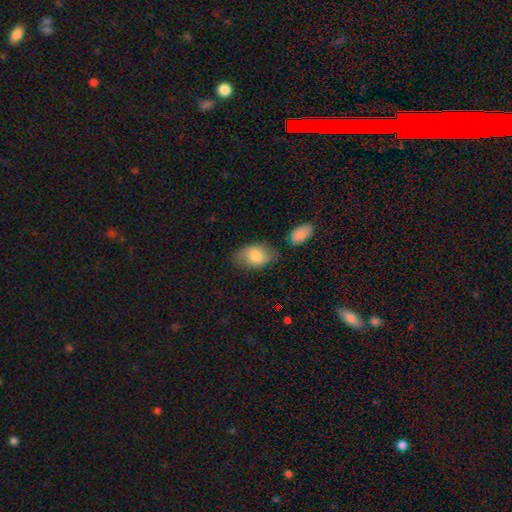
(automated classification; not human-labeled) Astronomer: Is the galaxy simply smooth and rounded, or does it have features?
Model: smooth — 76%.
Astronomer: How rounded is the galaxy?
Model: in between — 88%.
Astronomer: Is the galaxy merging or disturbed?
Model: none — 61%.